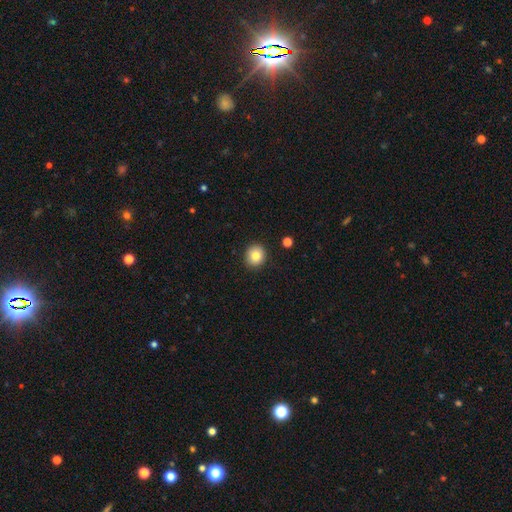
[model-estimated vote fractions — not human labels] This appears to be a smooth galaxy with no disk features (83%) that is round (81%). Merging: none (90%).